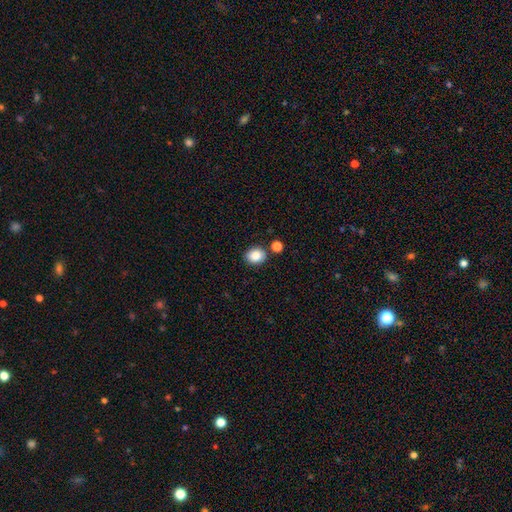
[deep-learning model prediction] This appears to be a smooth galaxy with no disk features (86%) that is round (54%). Merging: none (81%).